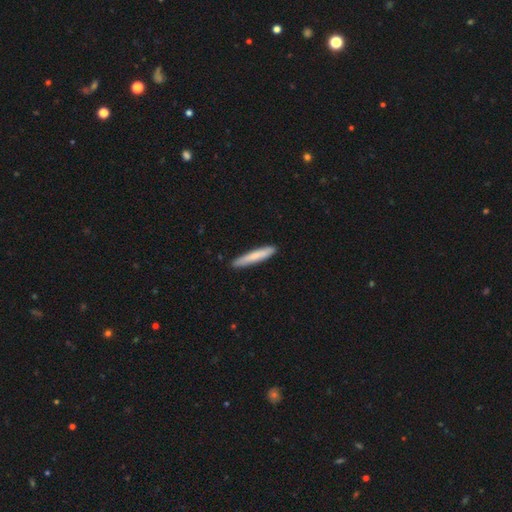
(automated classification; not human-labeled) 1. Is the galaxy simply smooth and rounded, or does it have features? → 74% smooth, 21% featured or disk, 5% star or artifact.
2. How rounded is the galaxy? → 94% cigar-shaped, 5% in between, 1% round.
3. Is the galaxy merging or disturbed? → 90% none, 8% minor disturbance, 1% major disturbance, 1% merger.